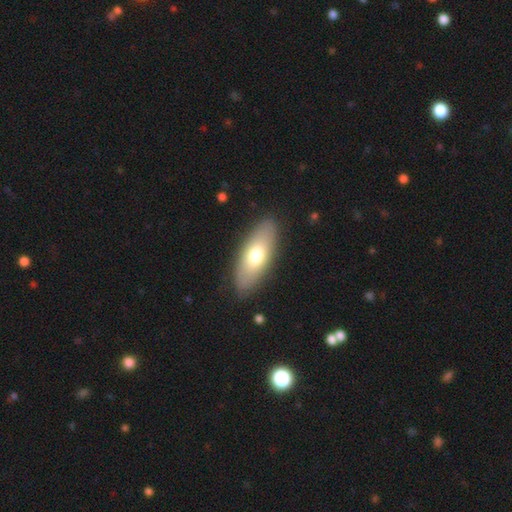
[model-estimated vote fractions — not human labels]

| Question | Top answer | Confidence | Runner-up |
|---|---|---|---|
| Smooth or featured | smooth | 69% | featured or disk (25%) |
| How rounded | in between | 79% | cigar-shaped (18%) |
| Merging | none | 86% | minor disturbance (10%) |